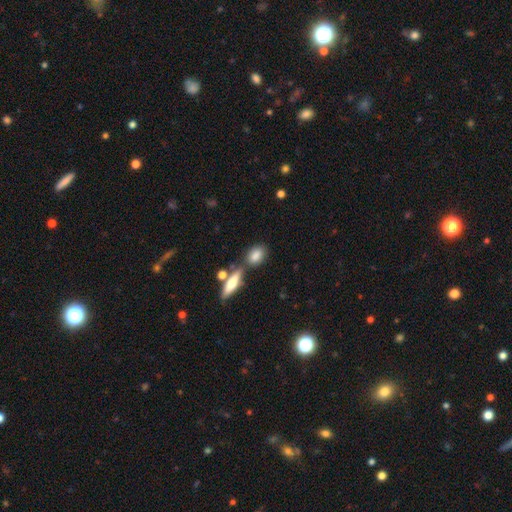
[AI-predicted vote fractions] Smooth or featured?
  - smooth: 82% *
  - featured or disk: 11%
  - star or artifact: 7%
How rounded?
  - in between: 75% *
  - round: 16%
  - cigar-shaped: 10%
Merging?
  - none: 62% *
  - merger: 20%
  - minor disturbance: 14%
  - major disturbance: 4%